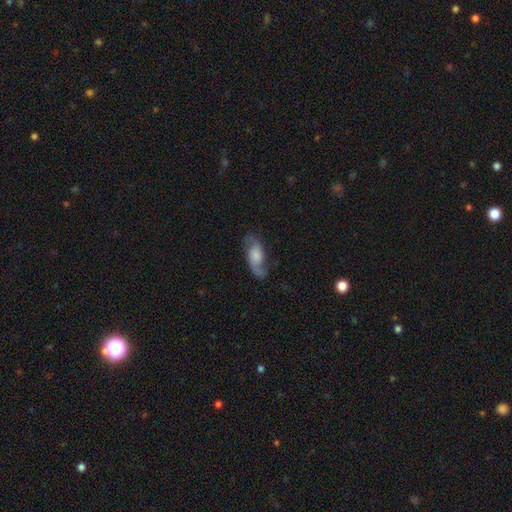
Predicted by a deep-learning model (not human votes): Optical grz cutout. It shows a featured or disk galaxy (71%) with no bar (62%), 2 (90%) loose (56%) spiral arms (94%) and a large central bulge (28%). Merging: none (75%).